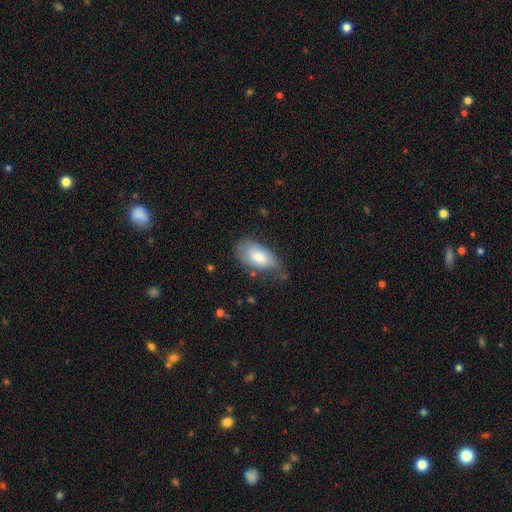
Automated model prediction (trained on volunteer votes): Smooth or featured?
  - smooth: 77% *
  - featured or disk: 17%
  - star or artifact: 7%
How rounded?
  - in between: 93% *
  - cigar-shaped: 4%
  - round: 3%
Merging?
  - none: 54% *
  - minor disturbance: 34%
  - major disturbance: 9%
  - merger: 3%